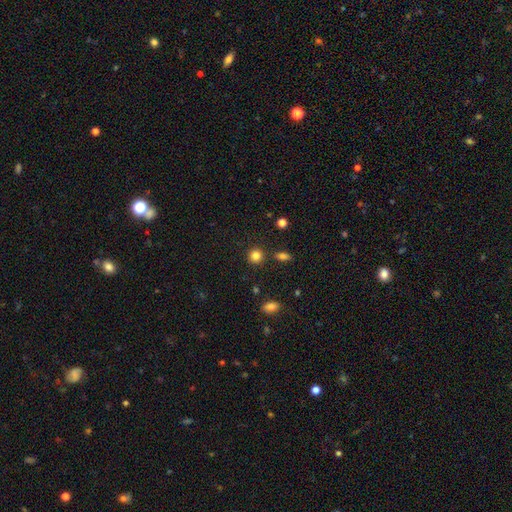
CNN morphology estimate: Smooth or featured?
  - smooth: 84% *
  - star or artifact: 12%
  - featured or disk: 5%
How rounded?
  - round: 90% *
  - in between: 9%
  - cigar-shaped: 1%
Merging?
  - none: 86% *
  - minor disturbance: 7%
  - merger: 5%
  - major disturbance: 3%